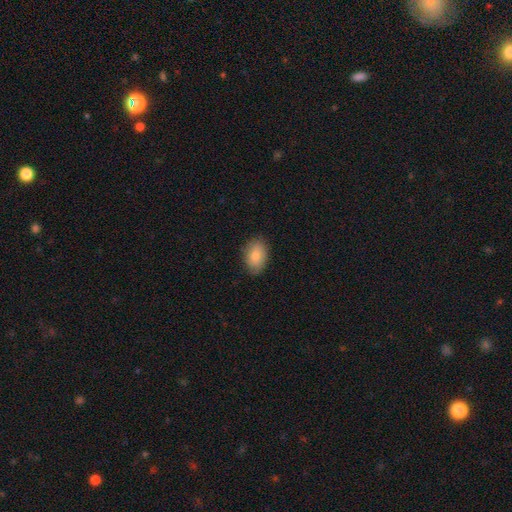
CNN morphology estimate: This appears to be a smooth galaxy with no disk features (81%) that is in between round and cigar-shaped (85%). Merging: none (81%).